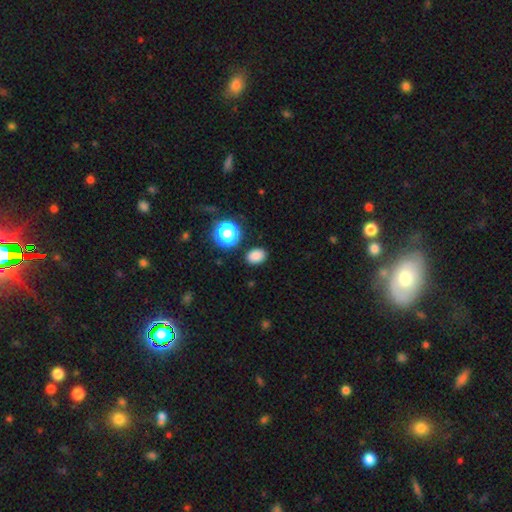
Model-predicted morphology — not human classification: Smooth or featured?
  - smooth: 82% *
  - star or artifact: 14%
  - featured or disk: 4%
How rounded?
  - in between: 63% *
  - round: 36%
  - cigar-shaped: 1%
Merging?
  - none: 86% *
  - minor disturbance: 9%
  - major disturbance: 3%
  - merger: 2%